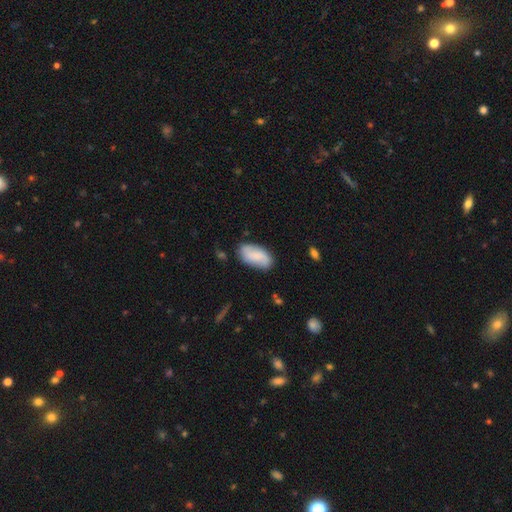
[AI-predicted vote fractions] Morphology: type=smooth (69%); roundness=in between (93%); merging=none (78%).